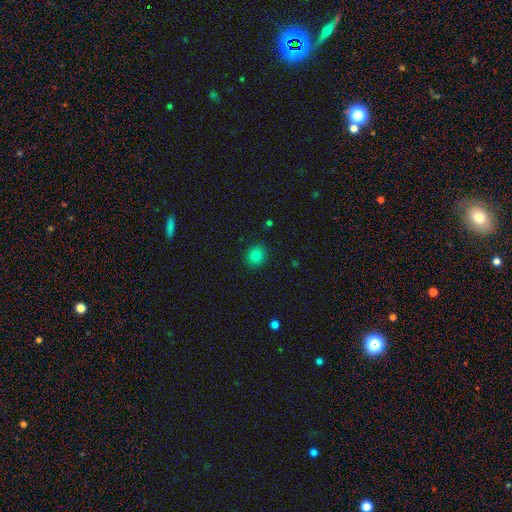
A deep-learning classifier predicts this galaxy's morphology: Smooth or featured?
  - smooth: 82% *
  - star or artifact: 13%
  - featured or disk: 5%
How rounded?
  - round: 82% *
  - in between: 17%
  - cigar-shaped: 1%
Merging?
  - none: 90% *
  - minor disturbance: 7%
  - major disturbance: 2%
  - merger: 1%